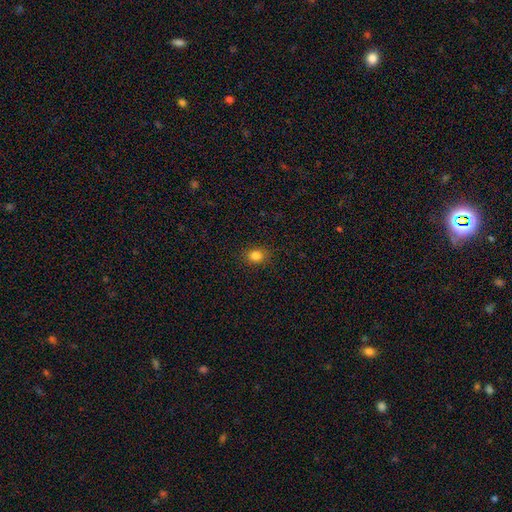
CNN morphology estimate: Q: Smooth or featured?
A: smooth (83%); runner-up: star or artifact (12%)
Q: How rounded?
A: round (56%); runner-up: in between (43%)
Q: Merging?
A: none (88%); runner-up: minor disturbance (8%)